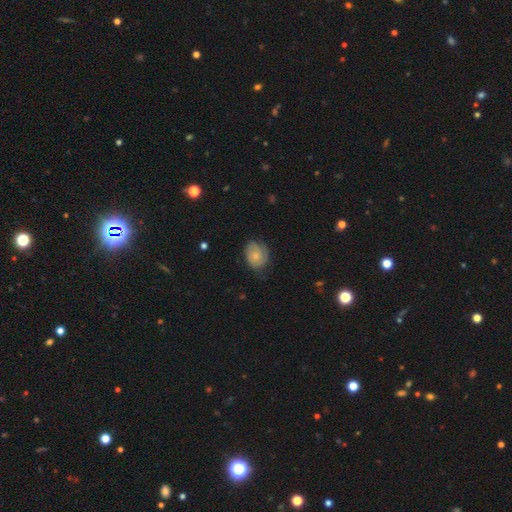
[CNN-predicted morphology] Smooth or featured?
  - smooth: 55% *
  - featured or disk: 38%
  - star or artifact: 7%
How rounded?
  - in between: 59% *
  - round: 40%
  - cigar-shaped: 1%
Merging?
  - none: 61% *
  - minor disturbance: 28%
  - major disturbance: 9%
  - merger: 1%